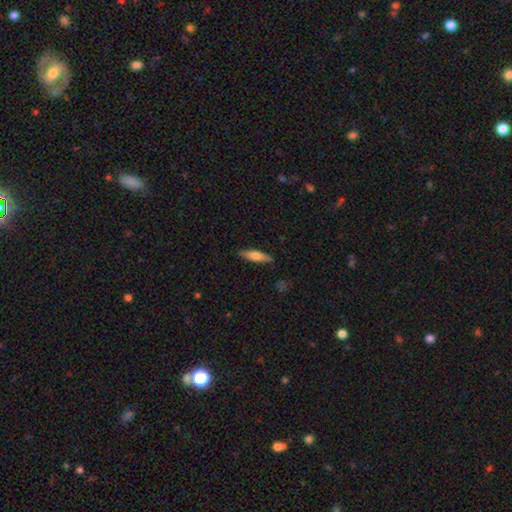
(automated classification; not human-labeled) smooth 61%, featured or disk 33%, star or artifact 6%. Down the decision tree: how rounded — cigar-shaped (74%); merging — none (87%).